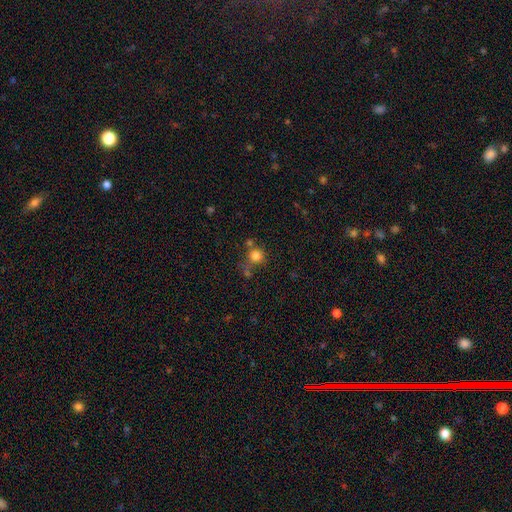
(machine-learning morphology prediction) The model was most divided on "merging": none: 63%, merger: 20%, minor disturbance: 12%, major disturbance: 5%. More confident: how rounded — round (92%); smooth or featured — smooth (79%).